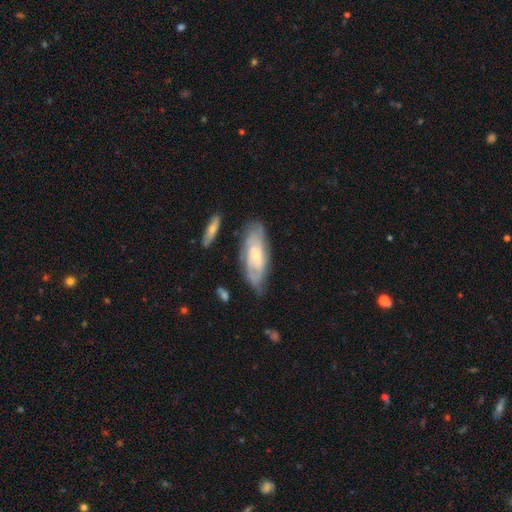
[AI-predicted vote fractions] The model was most divided on "bar": no: 60%, weak: 32%, strong: 7%. More confident: edge-on disk — no (86%); spiral arms — yes (83%); merging — none (69%); smooth or featured — featured or disk (67%); bulge size — small (65%).